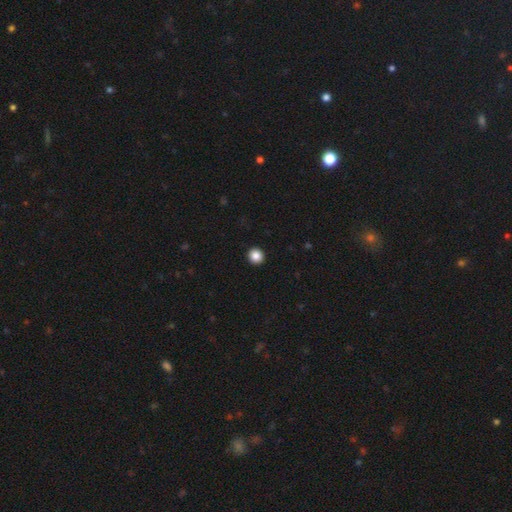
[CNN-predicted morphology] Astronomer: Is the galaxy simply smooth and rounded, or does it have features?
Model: smooth — 87%.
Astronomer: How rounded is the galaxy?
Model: round — 93%.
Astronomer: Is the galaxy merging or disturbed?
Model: none — 94%.